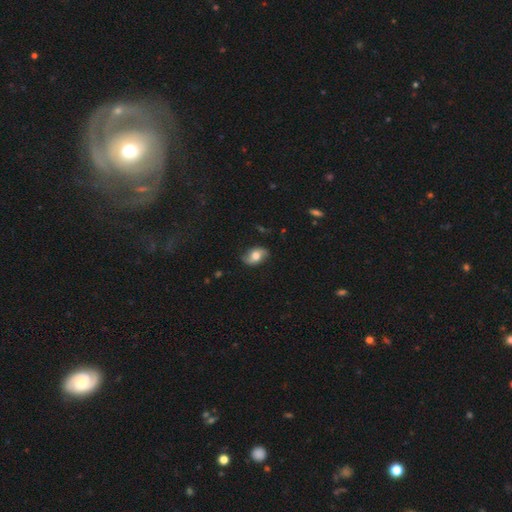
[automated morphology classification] The model was most divided on "smooth or featured": smooth: 46%, featured or disk: 45%, star or artifact: 8%. More confident: merging — none (79%).